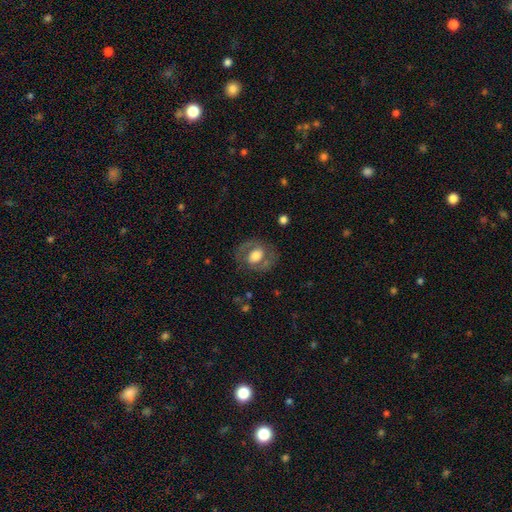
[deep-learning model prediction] smooth-or-featured: featured or disk: 54% | smooth: 39% | star or artifact: 7%
  disk-edge-on: no: 96% | yes: 4%
    bar: no: 56% | weak: 31% | strong: 13%
    has-spiral-arms: yes: 55% | no: 45%
    bulge-size: large: 44% | moderate: 40% | small: 8% | dominant: 5% | none: 3%
  merging: none: 73% | minor disturbance: 15% | major disturbance: 10% | merger: 2%